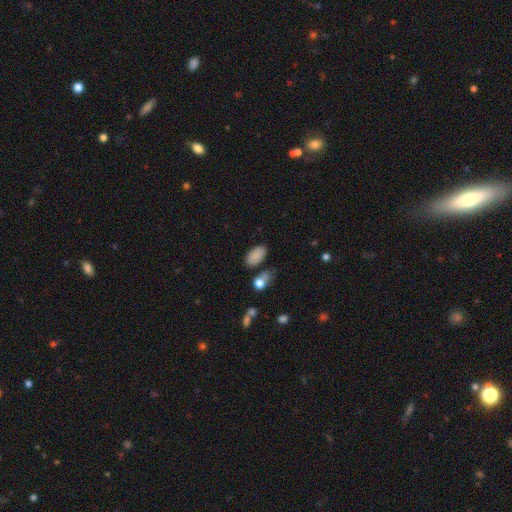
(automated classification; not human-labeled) The model was most divided on "merging": none: 73%, minor disturbance: 15%, merger: 7%, major disturbance: 5%. More confident: how rounded — in between (93%); smooth or featured — smooth (85%).